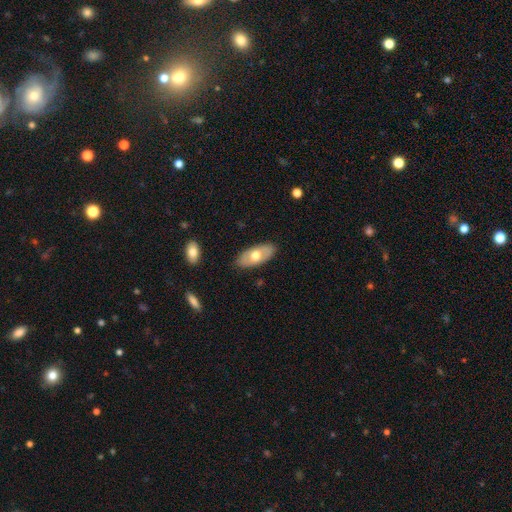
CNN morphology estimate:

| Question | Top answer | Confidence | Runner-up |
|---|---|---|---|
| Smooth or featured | smooth | 56% | featured or disk (38%) |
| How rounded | in between | 91% | cigar-shaped (6%) |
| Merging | none | 85% | minor disturbance (12%) |